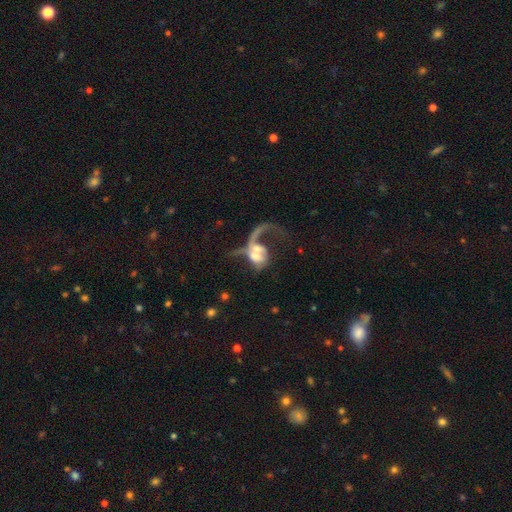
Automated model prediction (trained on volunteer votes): This is likely a featured or disk galaxy (64%). It is clearly not viewed edge-on (96%). Bar: likely no (66%). Spiral arm pattern: likely yes (66%). Central bulge: marginally moderate (44%). Merging: possibly merger (54%).